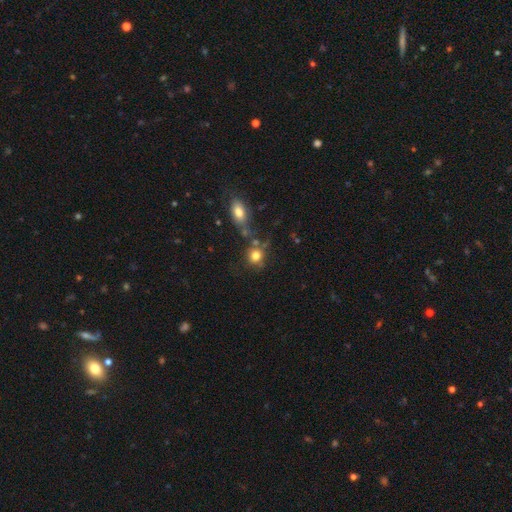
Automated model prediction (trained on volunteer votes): smooth-or-featured: smooth: 80% | star or artifact: 11% | featured or disk: 9%
  how-rounded: round: 77% | in between: 22% | cigar-shaped: 1%
  merging: none: 57% | merger: 21% | minor disturbance: 15% | major disturbance: 7%